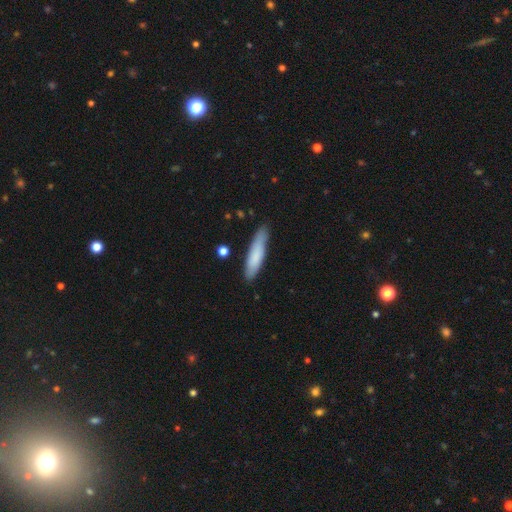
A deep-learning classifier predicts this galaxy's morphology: A smooth galaxy with no disk features (79%) that is cigar-shaped (80%). Merging: none (80%).